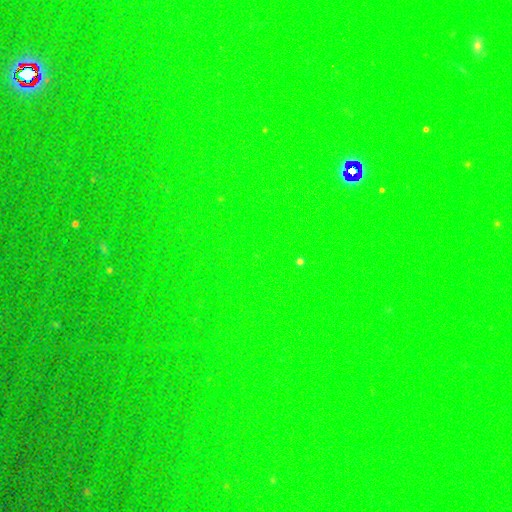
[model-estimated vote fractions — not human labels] Q: Smooth or featured?
A: star or artifact (78%); runner-up: smooth (14%)